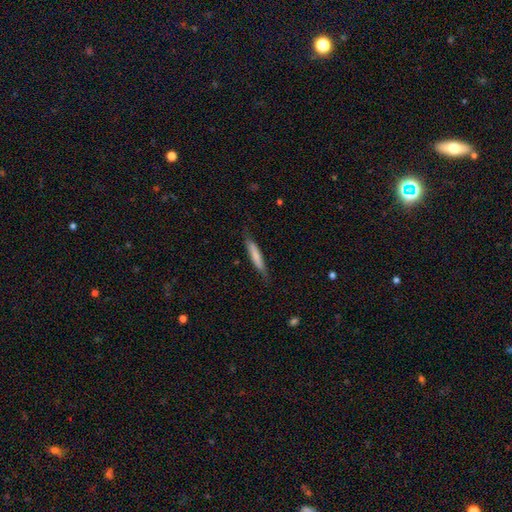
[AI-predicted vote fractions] smooth 71%, featured or disk 24%, star or artifact 5%. Down the decision tree: how rounded — cigar-shaped (92%); merging — none (78%).